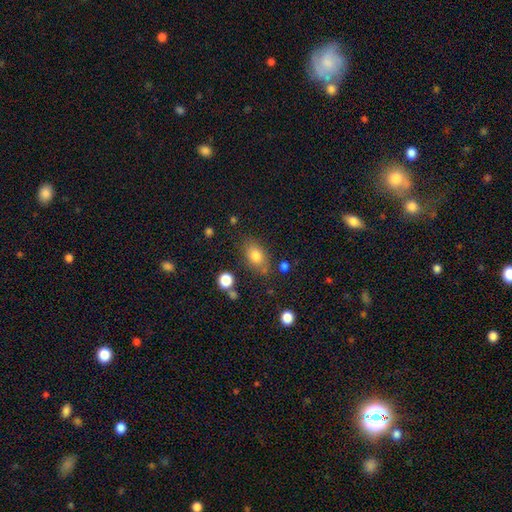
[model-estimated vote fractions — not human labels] Q: Smooth or featured?
A: smooth (78%); runner-up: star or artifact (11%)
Q: How rounded?
A: in between (80%); runner-up: round (18%)
Q: Merging?
A: none (75%); runner-up: minor disturbance (15%)